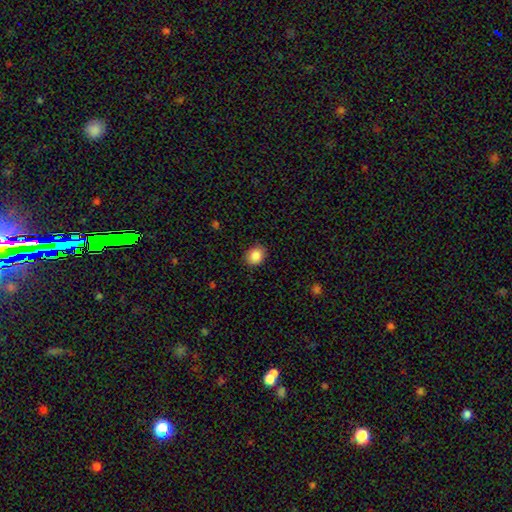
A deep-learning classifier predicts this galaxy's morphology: smooth_or_featured: smooth (p=0.87) [alt: star or artifact p=0.09]
how_rounded: round (p=0.61) [alt: in between p=0.38]
merging: none (p=0.87) [alt: minor disturbance p=0.10]